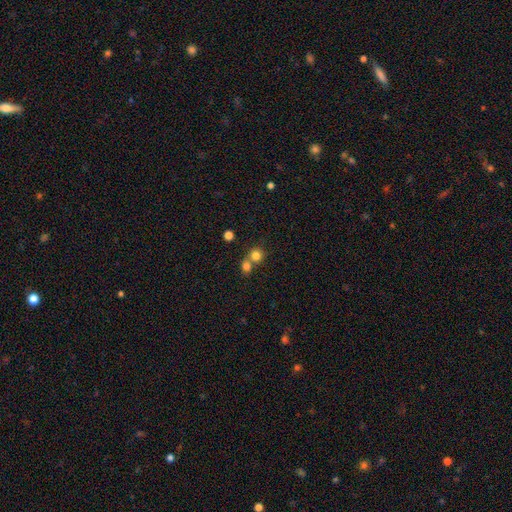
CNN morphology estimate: Smooth or featured? Predicted: smooth (p=0.80). How rounded? Predicted: round (p=0.86). Merging? Predicted: merger (p=0.46).